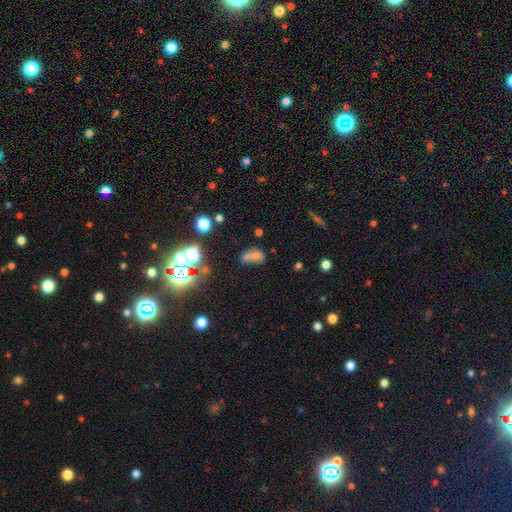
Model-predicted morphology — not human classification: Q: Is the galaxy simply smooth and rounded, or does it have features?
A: smooth — 60%.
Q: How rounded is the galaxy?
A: in between — 81%.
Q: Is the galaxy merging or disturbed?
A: none — 43%.